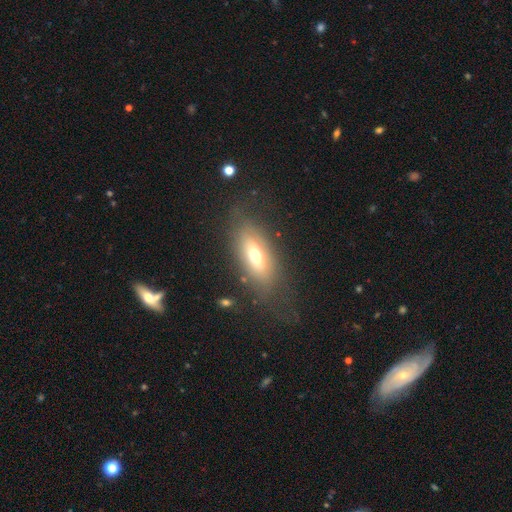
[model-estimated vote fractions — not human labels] smooth-or-featured: smooth: 58% | featured or disk: 33% | star or artifact: 9%
  how-rounded: in between: 80% | cigar-shaped: 15% | round: 5%
  merging: none: 69% | minor disturbance: 17% | major disturbance: 12% | merger: 2%